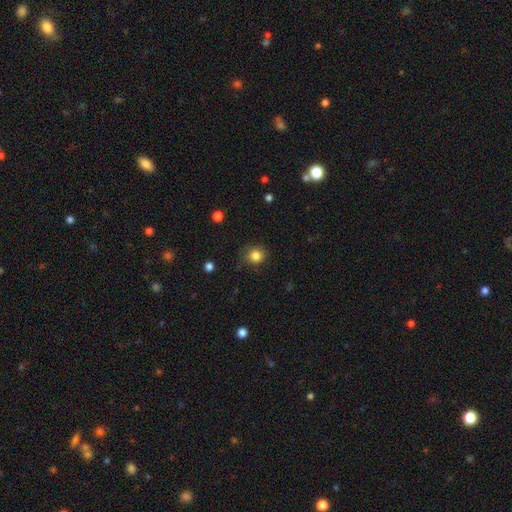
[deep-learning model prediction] A smooth galaxy with no disk features (84%) that is round (87%).

Vote fractions:
- Smooth or featured? smooth: 84% / star or artifact: 12% / featured or disk: 5%
- How rounded? round: 87% / in between: 12% / cigar-shaped: 1%
- Merging? none: 83% / minor disturbance: 13% / major disturbance: 3% / merger: 1%